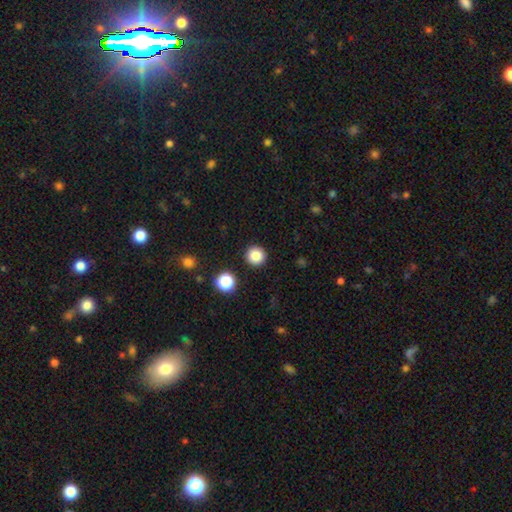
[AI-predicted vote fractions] Smooth or featured: smooth — 84% (star or artifact — 11%)
How rounded: round — 96% (in between — 3%)
Merging: none — 92% (minor disturbance — 4%)